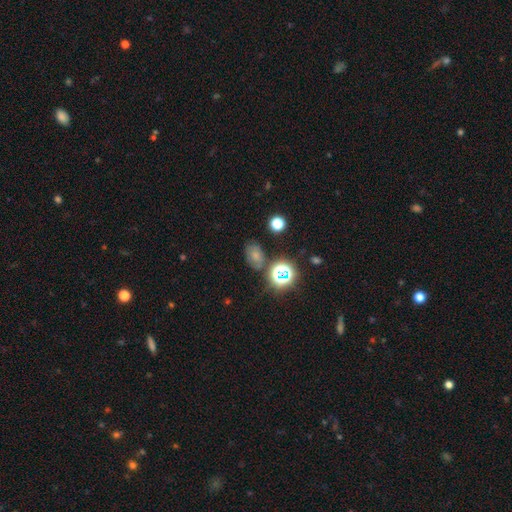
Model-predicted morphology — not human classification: This is possibly a smooth galaxy (58%). How rounded: likely in between (74%). Merging: likely none (69%).